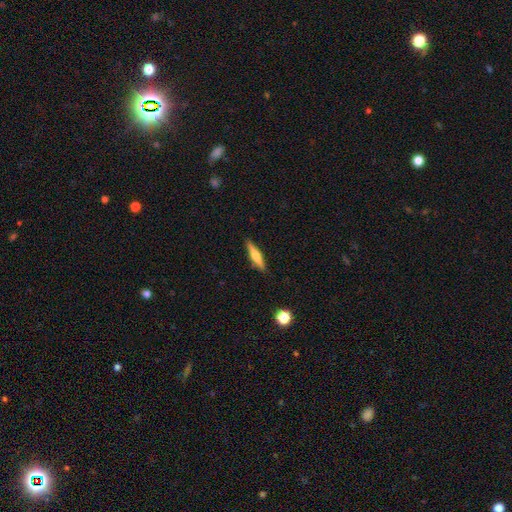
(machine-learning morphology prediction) This appears to be a featured or disk galaxy (49%). Merging: none (89%).